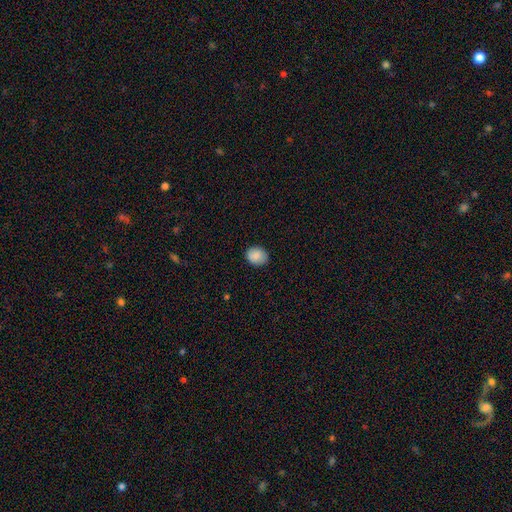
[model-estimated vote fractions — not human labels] This appears to be a smooth galaxy with no disk features (86%) that is round (57%). Merging: none (87%).